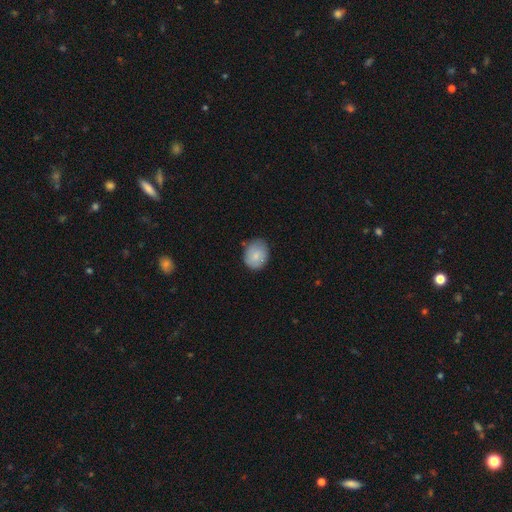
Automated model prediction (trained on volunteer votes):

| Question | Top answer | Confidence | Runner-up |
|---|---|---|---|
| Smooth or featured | smooth | 82% | featured or disk (11%) |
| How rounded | round | 57% | in between (42%) |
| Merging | none | 75% | minor disturbance (20%) |